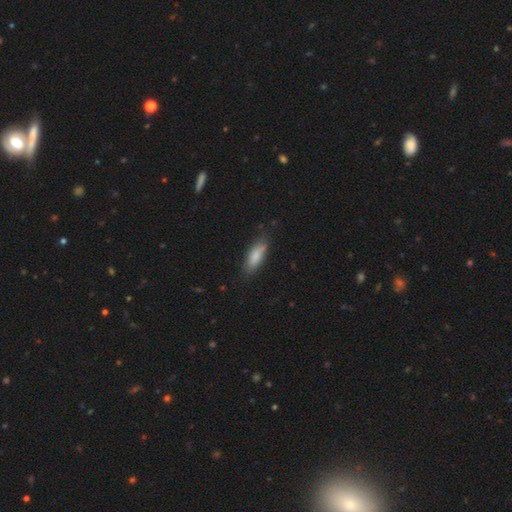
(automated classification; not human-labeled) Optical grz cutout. It shows a smooth galaxy with no disk features (82%) that is in between round and cigar-shaped (60%). Merging: none (76%).